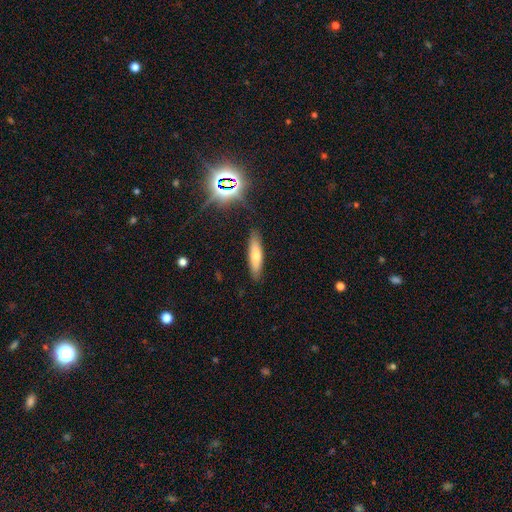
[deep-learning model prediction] smooth_or_featured: smooth (p=0.70) [alt: featured or disk p=0.21]
how_rounded: cigar-shaped (p=0.73) [alt: in between p=0.26]
merging: none (p=0.87) [alt: minor disturbance p=0.09]